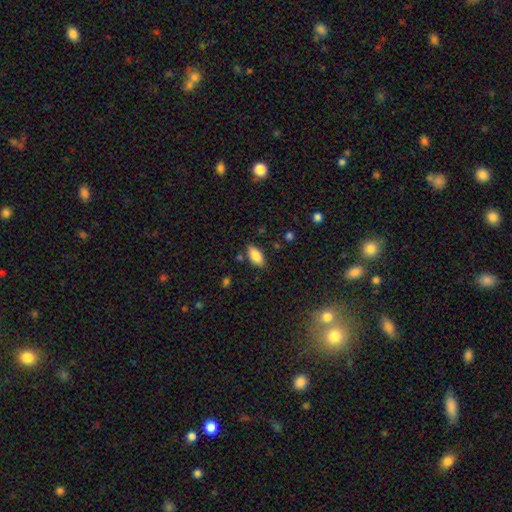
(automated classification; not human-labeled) Q: Smooth or featured?
A: smooth (84%); runner-up: featured or disk (9%)
Q: How rounded?
A: in between (89%); runner-up: cigar-shaped (8%)
Q: Merging?
A: none (81%); runner-up: minor disturbance (13%)